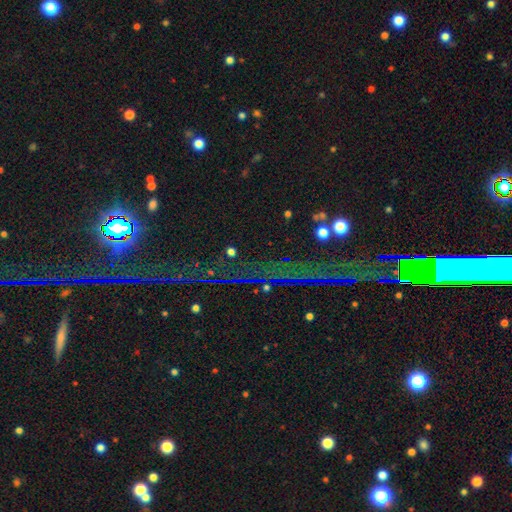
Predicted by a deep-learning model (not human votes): Smooth or featured?
  - star or artifact: 81% *
  - smooth: 10%
  - featured or disk: 9%